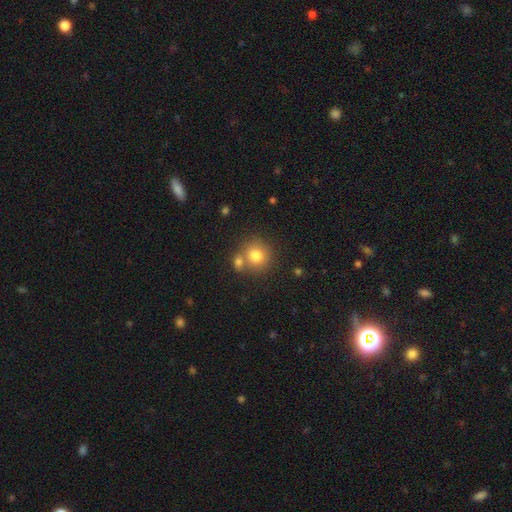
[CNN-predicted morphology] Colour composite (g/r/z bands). It shows a smooth galaxy with no disk features (78%) that is round (87%). Merging: none (60%).